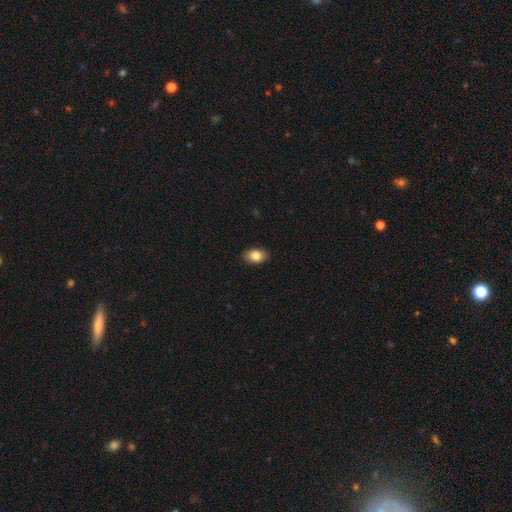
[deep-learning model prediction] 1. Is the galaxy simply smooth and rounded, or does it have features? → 84% smooth, 8% star or artifact, 8% featured or disk.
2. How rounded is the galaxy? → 85% in between, 14% round, 1% cigar-shaped.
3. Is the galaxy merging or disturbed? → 89% none, 9% minor disturbance, 2% major disturbance, 1% merger.